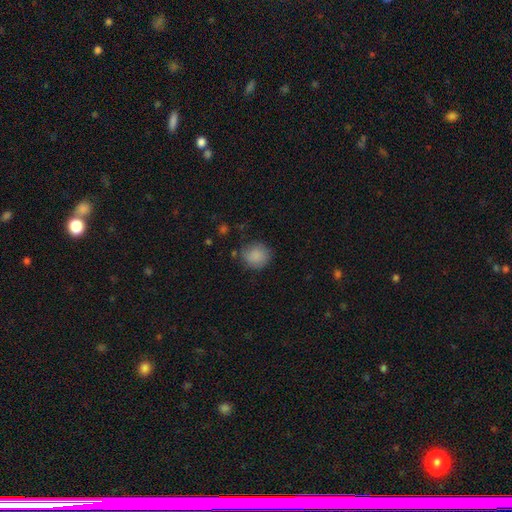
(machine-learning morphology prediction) Smooth or featured? smooth (87%)
How rounded? round (85%)
Merging? none (77%)